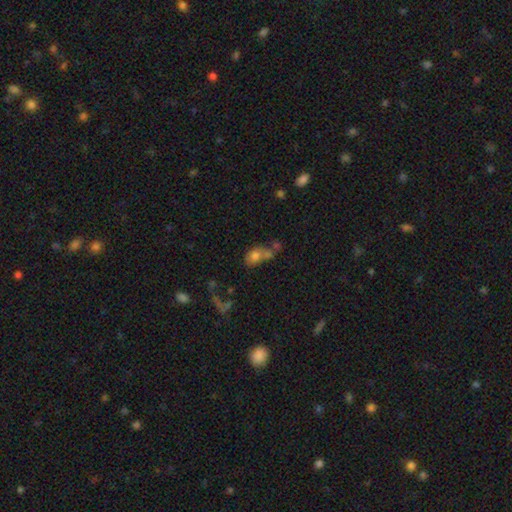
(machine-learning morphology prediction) This is likely a smooth galaxy (66%). How rounded: likely in between (68%). Merging: possibly merger (45%).